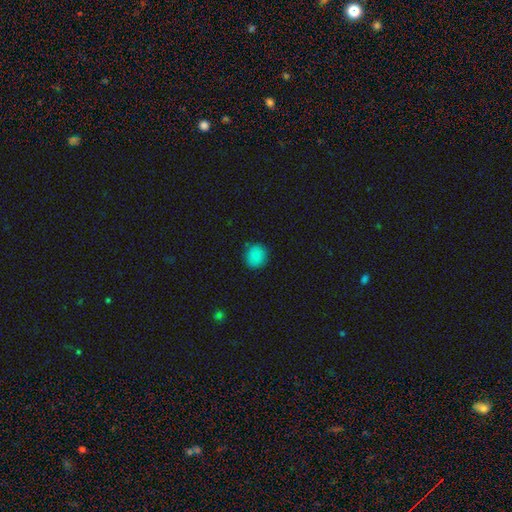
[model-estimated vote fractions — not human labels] This appears to be a smooth galaxy with no disk features (85%) that is round (85%). Merging: none (85%).